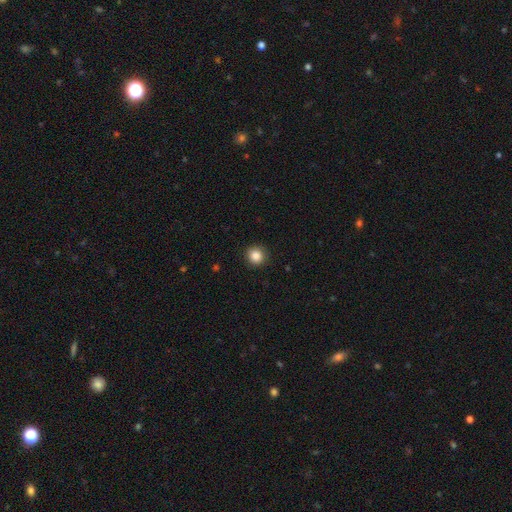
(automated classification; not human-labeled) A smooth galaxy with no disk features (87%) that is round (91%).

Vote fractions:
- Smooth or featured? smooth: 87% / star or artifact: 10% / featured or disk: 3%
- How rounded? round: 91% / in between: 8% / cigar-shaped: 1%
- Merging? none: 91% / minor disturbance: 7% / major disturbance: 2% / merger: 1%